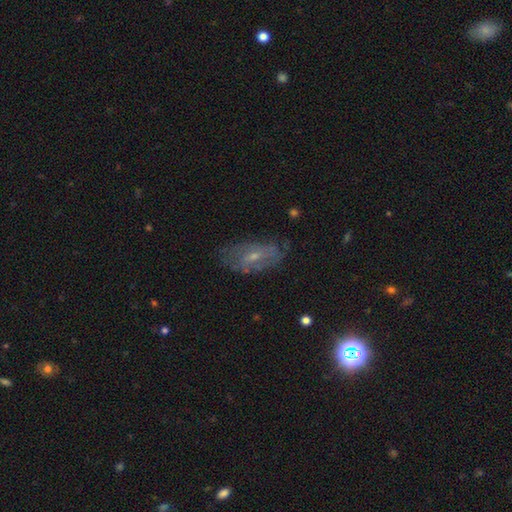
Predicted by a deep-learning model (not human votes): smooth_or_featured: featured or disk (p=0.60) [alt: smooth p=0.30]
disk_edge_on: no (p=0.90) [alt: yes p=0.10]
bar: no (p=0.49) [alt: weak p=0.41]
has_spiral_arms: yes (p=0.68) [alt: no p=0.32]
bulge_size: small (p=0.62) [alt: moderate p=0.31]
merging: none (p=0.66) [alt: minor disturbance p=0.23]